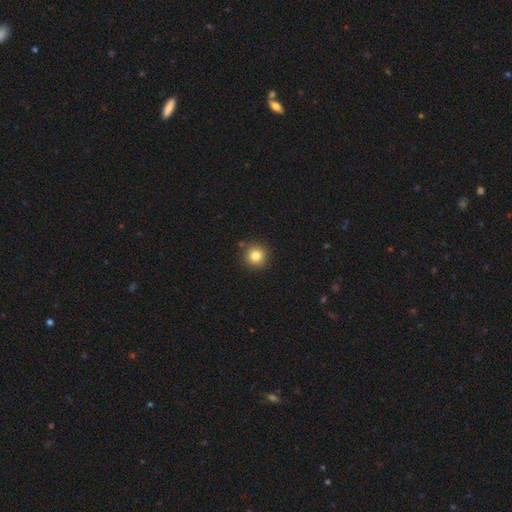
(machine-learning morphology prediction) This appears to be a smooth galaxy with no disk features (82%) that is round (95%). Merging: none (88%).